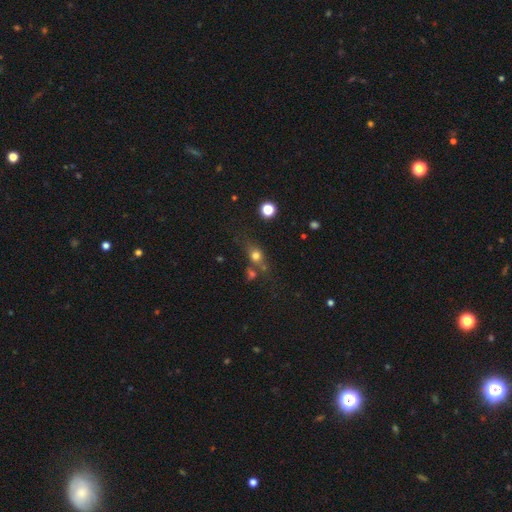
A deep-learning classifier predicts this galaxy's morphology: The model was most divided on "how rounded": round: 54%, in between: 39%, cigar-shaped: 7%. More confident: smooth or featured — smooth (67%); merging — none (53%).